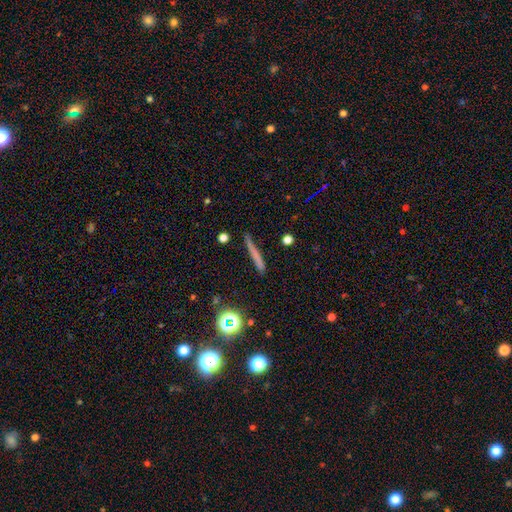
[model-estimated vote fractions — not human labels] Smooth or featured: smooth — 58% (featured or disk — 29%)
How rounded: cigar-shaped — 93% (in between — 4%)
Merging: none — 81% (minor disturbance — 14%)